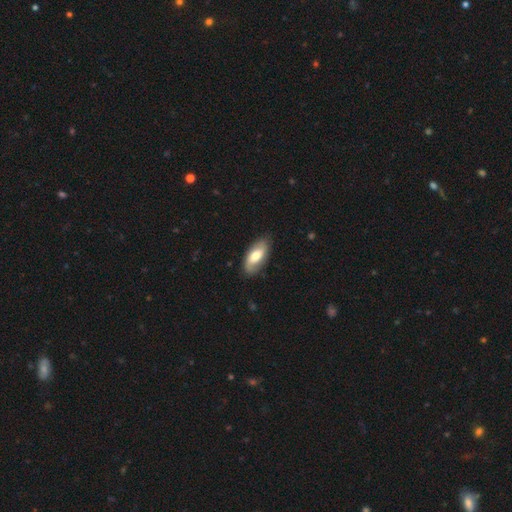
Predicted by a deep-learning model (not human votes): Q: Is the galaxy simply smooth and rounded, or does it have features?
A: smooth — 51%.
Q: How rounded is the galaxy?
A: in between — 88%.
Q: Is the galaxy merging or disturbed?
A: none — 81%.